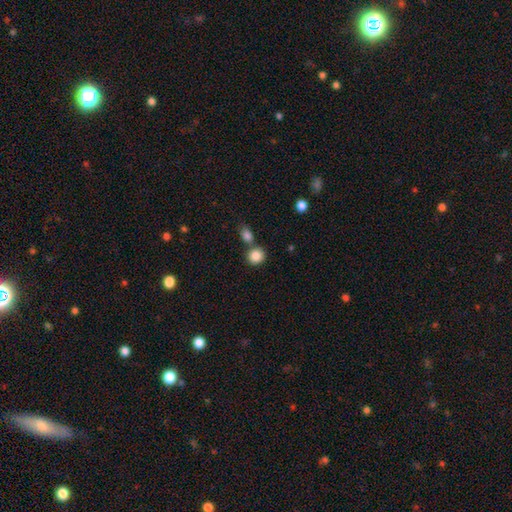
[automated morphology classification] Smooth or featured? Predicted: smooth (p=0.86). How rounded? Predicted: round (p=0.80). Merging? Predicted: none (p=0.61).